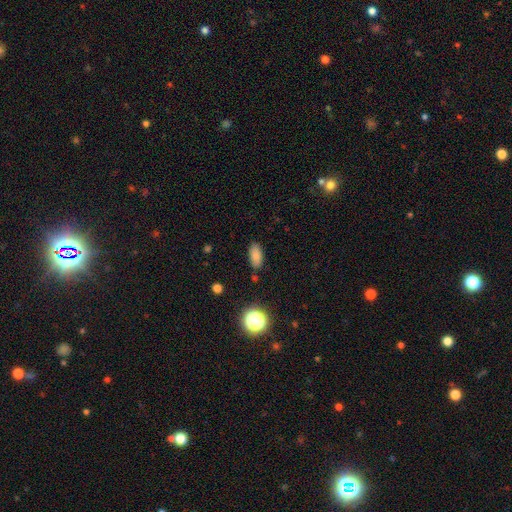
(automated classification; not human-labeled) Q: Smooth or featured?
A: smooth (82%); runner-up: star or artifact (11%)
Q: How rounded?
A: in between (86%); runner-up: cigar-shaped (9%)
Q: Merging?
A: none (83%); runner-up: minor disturbance (11%)